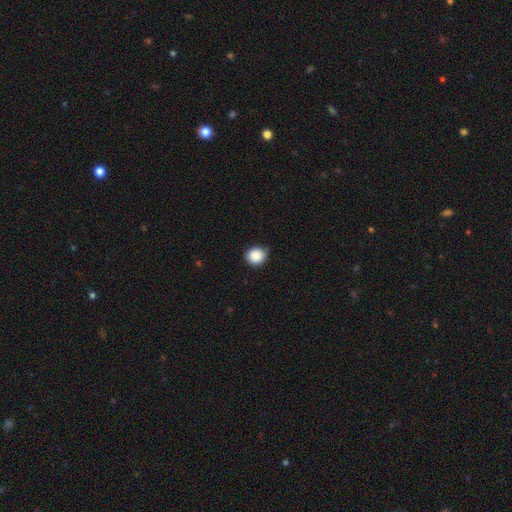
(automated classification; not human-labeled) smooth_or_featured: smooth (p=0.88) [alt: star or artifact p=0.09]
how_rounded: round (p=0.83) [alt: in between p=0.16]
merging: none (p=0.82) [alt: minor disturbance p=0.15]